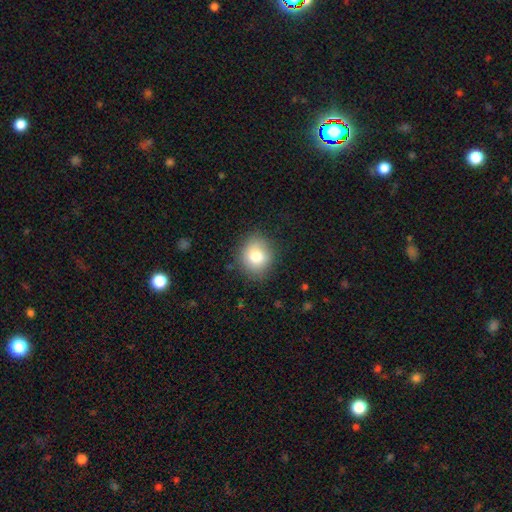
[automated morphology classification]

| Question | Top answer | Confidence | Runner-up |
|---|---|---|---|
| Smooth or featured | smooth | 79% | featured or disk (11%) |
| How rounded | round | 73% | in between (26%) |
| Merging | none | 85% | minor disturbance (11%) |